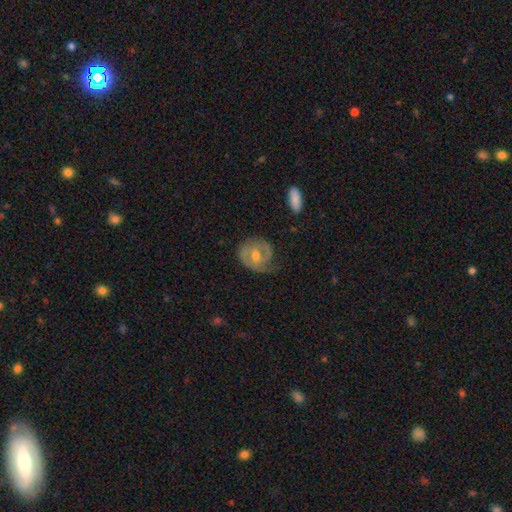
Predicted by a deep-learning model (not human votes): Overall: featured or disk (80%). Edge-on disk: no (97%). Bar: weak (44%, tied with no). Spiral arms: yes (92%). Spiral arm count: 2 (66%). Spiral winding: tight (55%; medium 35%). Bulge size: moderate (64%; small 31%). Merging: none (67%).